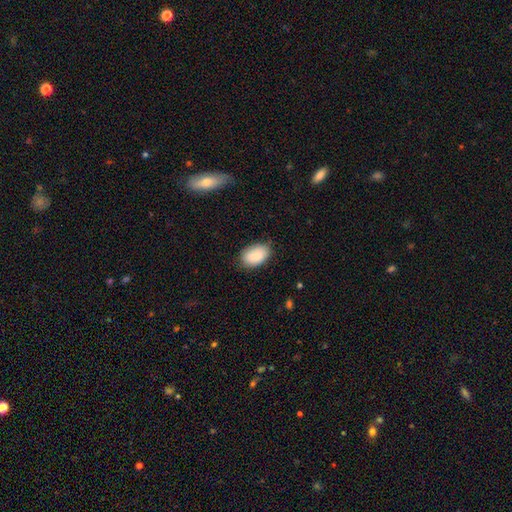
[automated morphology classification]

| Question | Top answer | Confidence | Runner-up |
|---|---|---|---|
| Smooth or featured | smooth | 86% | featured or disk (7%) |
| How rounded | in between | 91% | round (7%) |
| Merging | none | 80% | minor disturbance (16%) |